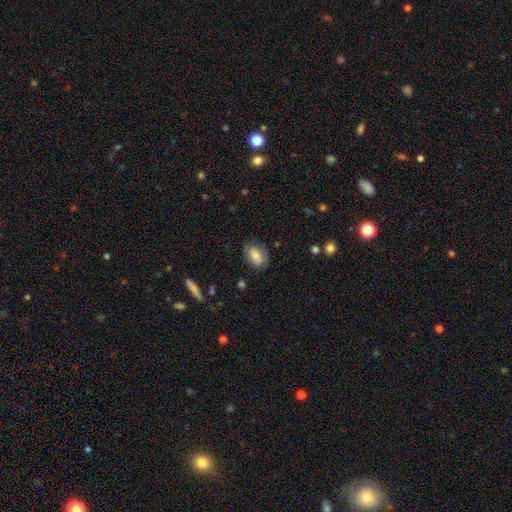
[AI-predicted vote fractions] smooth 73%, featured or disk 20%, star or artifact 7%. Down the decision tree: how rounded — in between (82%); merging — none (77%).